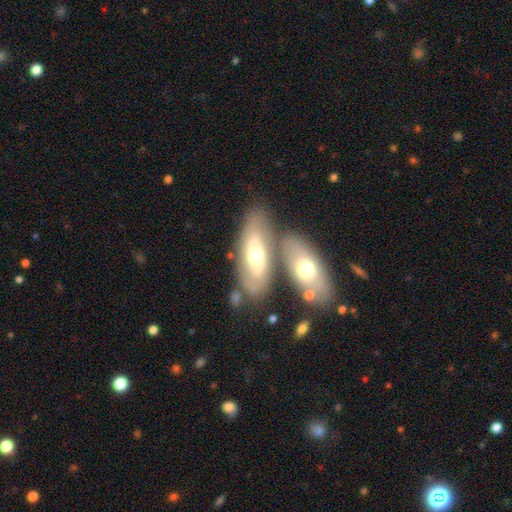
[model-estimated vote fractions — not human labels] featured or disk 52%, smooth 42%, star or artifact 6%. Down the decision tree: edge-on disk — no (79%); merging — none (50%).